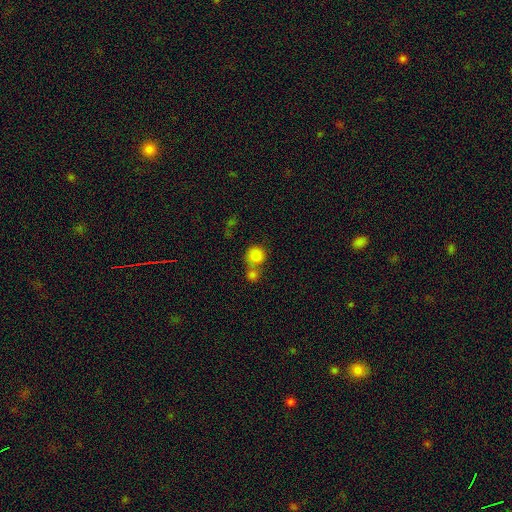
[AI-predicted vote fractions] This is clearly a smooth galaxy (82%). How rounded: clearly round (88%). Merging: marginally none (45%).